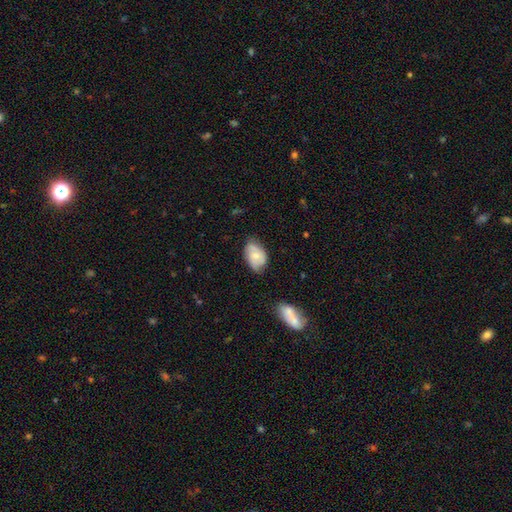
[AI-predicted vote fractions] A smooth galaxy with no disk features (67%) that is in between round and cigar-shaped (87%).

Vote fractions:
- Smooth or featured? smooth: 67% / featured or disk: 26% / star or artifact: 7%
- How rounded? in between: 87% / round: 12% / cigar-shaped: 1%
- Merging? none: 65% / minor disturbance: 28% / major disturbance: 5% / merger: 2%